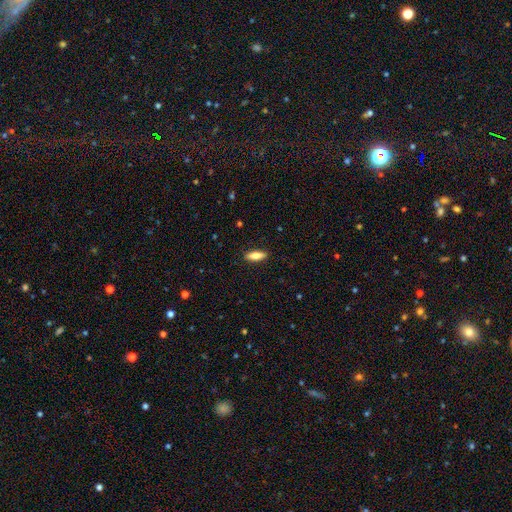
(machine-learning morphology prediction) The model was most divided on "how rounded": in between: 63%, cigar-shaped: 35%, round: 2%. More confident: merging — none (89%); smooth or featured — smooth (78%).